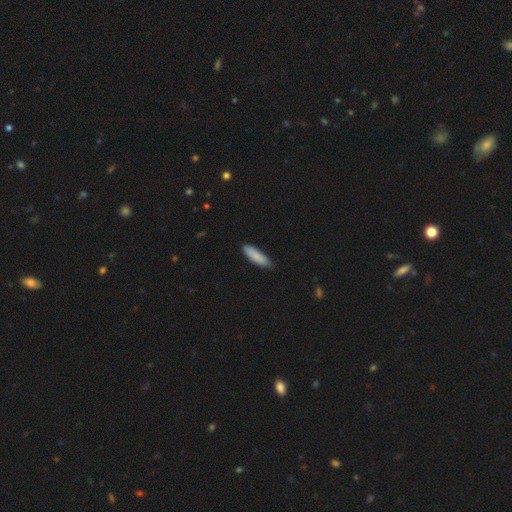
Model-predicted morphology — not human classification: Smooth or featured? smooth (87%)
How rounded? cigar-shaped (53%)
Merging? none (81%)